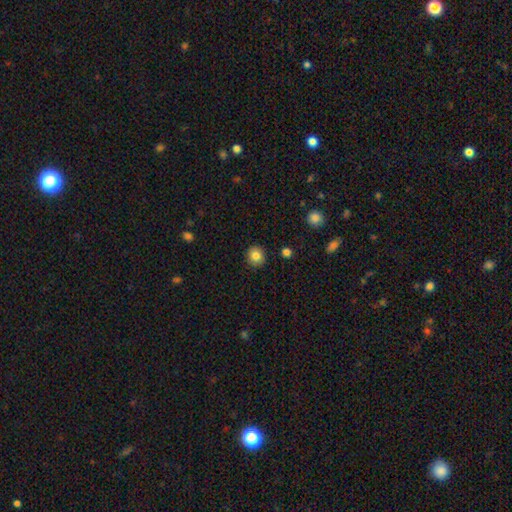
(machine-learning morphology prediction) Q: Smooth or featured?
A: smooth (83%); runner-up: star or artifact (10%)
Q: How rounded?
A: round (90%); runner-up: in between (9%)
Q: Merging?
A: none (91%); runner-up: minor disturbance (6%)